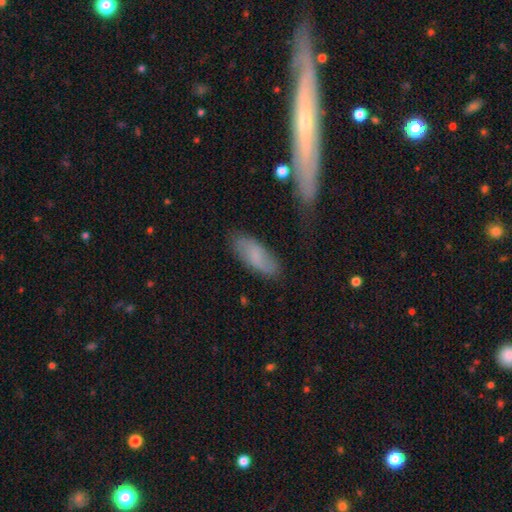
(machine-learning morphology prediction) The model was most divided on "smooth or featured": smooth: 65%, featured or disk: 27%, star or artifact: 8%. More confident: how rounded — in between (76%); merging — none (74%).